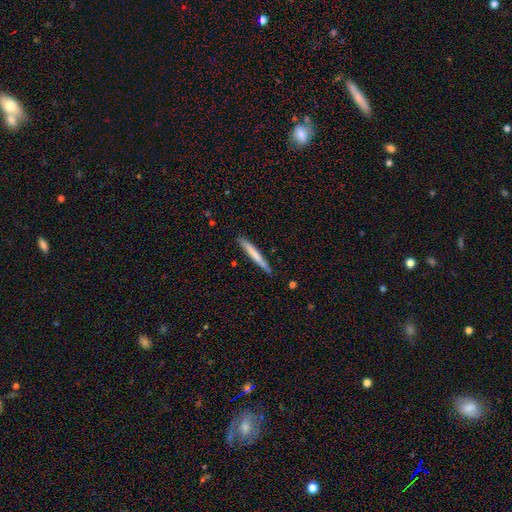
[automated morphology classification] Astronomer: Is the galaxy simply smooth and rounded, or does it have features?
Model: smooth — 69%.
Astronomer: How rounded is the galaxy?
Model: cigar-shaped — 96%.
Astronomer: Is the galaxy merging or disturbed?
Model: none — 86%.